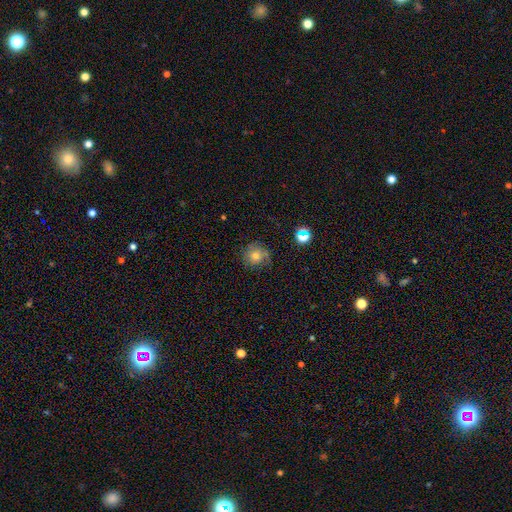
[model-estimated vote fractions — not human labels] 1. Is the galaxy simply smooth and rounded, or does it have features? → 63% smooth, 21% featured or disk, 16% star or artifact.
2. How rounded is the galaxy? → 90% round, 9% in between, 1% cigar-shaped.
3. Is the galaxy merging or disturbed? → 71% none, 20% minor disturbance, 7% major disturbance, 3% merger.